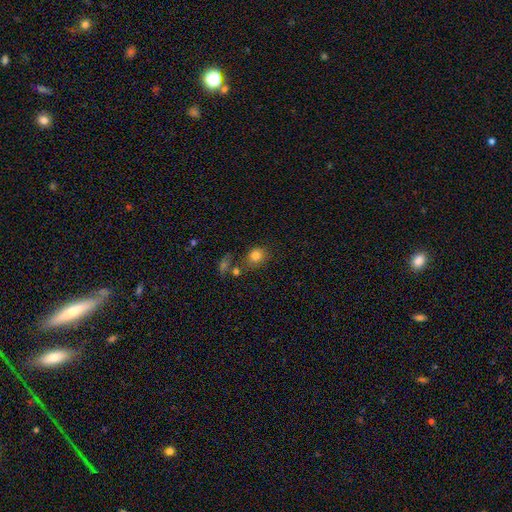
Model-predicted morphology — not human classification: Overall: smooth (81%). How rounded: round (62%; in between 36%). Merging: none (67%).